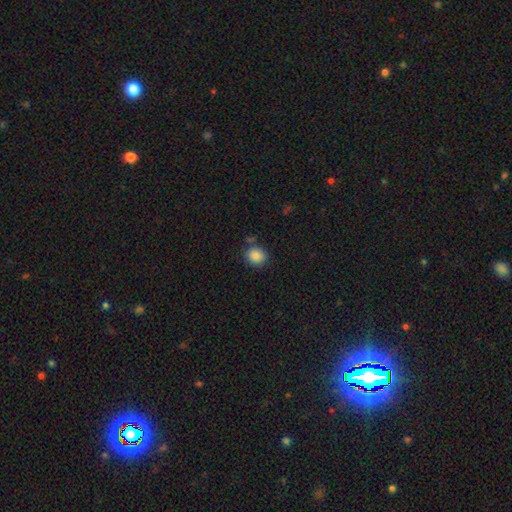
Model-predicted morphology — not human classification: smooth-or-featured: smooth: 87% | star or artifact: 9% | featured or disk: 4%
  how-rounded: round: 71% | in between: 28% | cigar-shaped: 1%
  merging: none: 78% | minor disturbance: 13% | merger: 6% | major disturbance: 4%